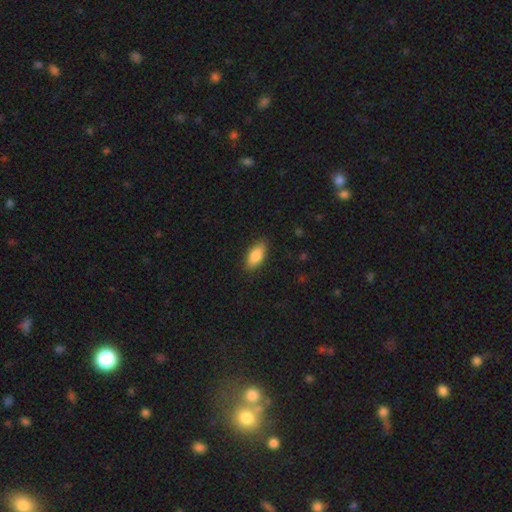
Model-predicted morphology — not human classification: Smooth or featured? Predicted: smooth (p=0.85). How rounded? Predicted: in between (p=0.85). Merging? Predicted: none (p=0.86).